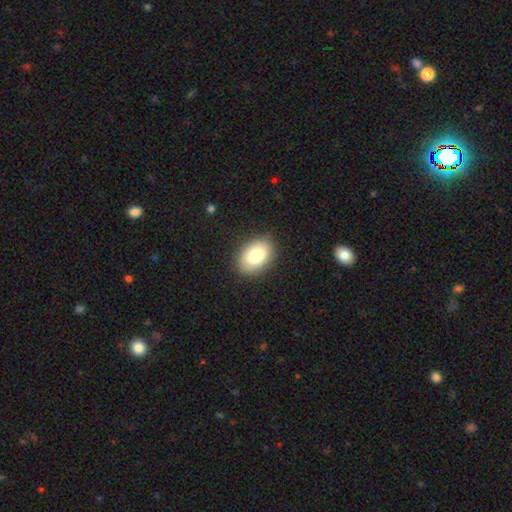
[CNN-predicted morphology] Smooth or featured? smooth (85%)
How rounded? in between (87%)
Merging? none (86%)